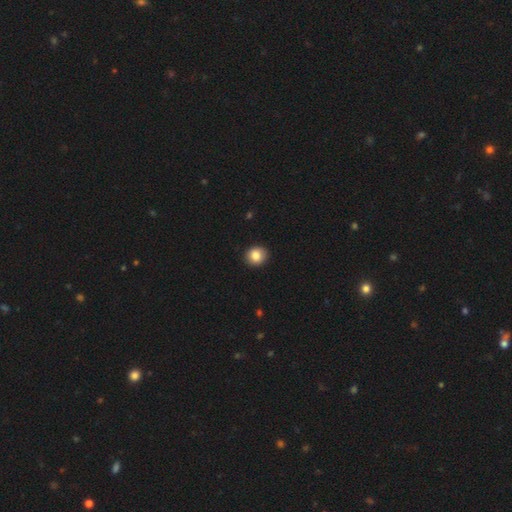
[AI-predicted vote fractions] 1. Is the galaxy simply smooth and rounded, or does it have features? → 85% smooth, 9% star or artifact, 6% featured or disk.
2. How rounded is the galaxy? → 76% round, 23% in between, 1% cigar-shaped.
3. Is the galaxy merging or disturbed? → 91% none, 6% minor disturbance, 1% major disturbance, 1% merger.